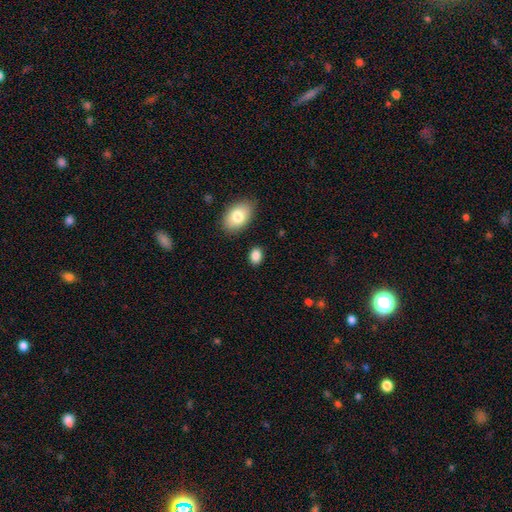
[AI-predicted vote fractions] Smooth or featured: smooth — 86% (star or artifact — 9%)
How rounded: in between — 79% (round — 20%)
Merging: none — 85% (minor disturbance — 10%)